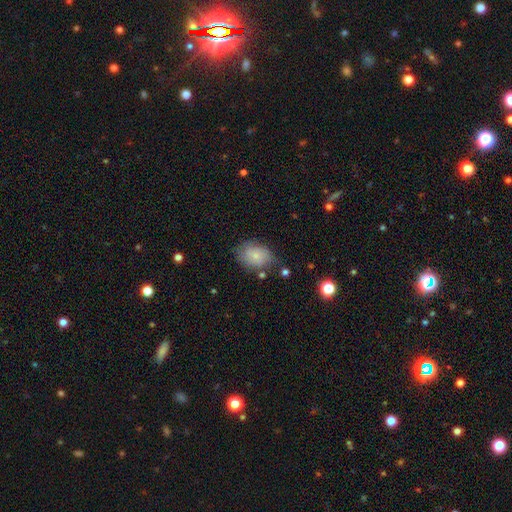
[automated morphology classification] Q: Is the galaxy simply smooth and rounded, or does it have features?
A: smooth — 78%.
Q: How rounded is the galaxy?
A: in between — 64%.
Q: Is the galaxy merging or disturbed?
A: none — 64%.